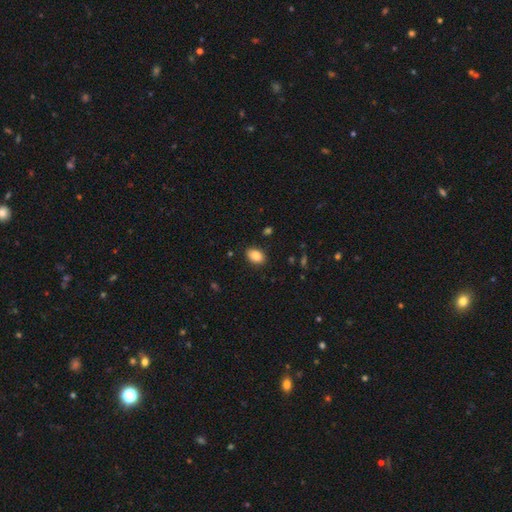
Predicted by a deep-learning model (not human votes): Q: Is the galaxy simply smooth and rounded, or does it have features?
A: smooth — 88%.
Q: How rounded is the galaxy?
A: in between — 84%.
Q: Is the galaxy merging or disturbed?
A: none — 88%.